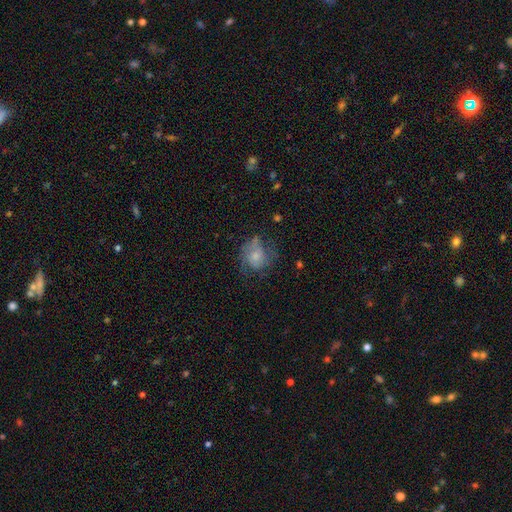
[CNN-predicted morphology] type=smooth (53%); roundness=round (62%); merging=none (43%).